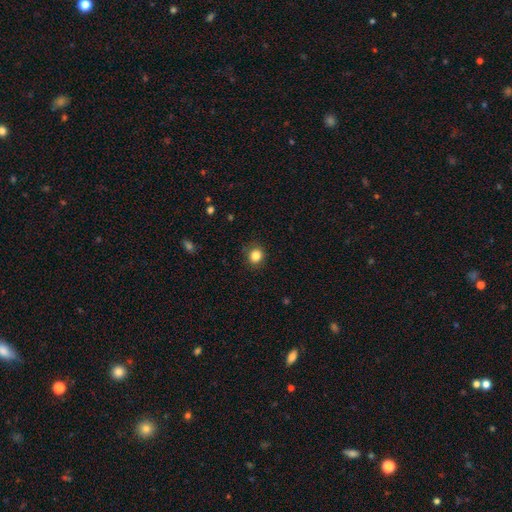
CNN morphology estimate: smooth_or_featured: smooth (p=0.85) [alt: star or artifact p=0.11]
how_rounded: round (p=0.83) [alt: in between p=0.16]
merging: none (p=0.87) [alt: minor disturbance p=0.09]